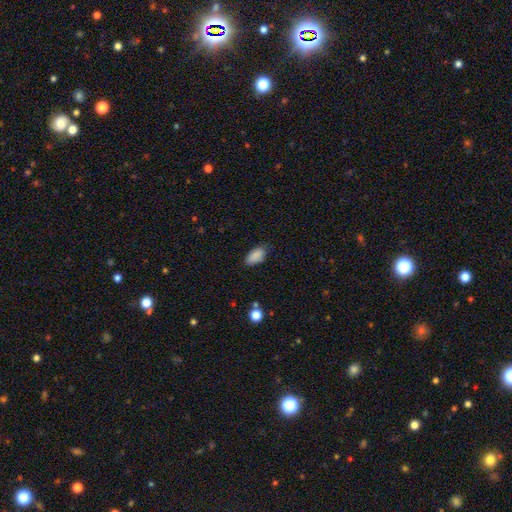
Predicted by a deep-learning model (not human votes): Q: Smooth or featured?
A: smooth (88%); runner-up: star or artifact (8%)
Q: How rounded?
A: in between (92%); runner-up: cigar-shaped (4%)
Q: Merging?
A: none (77%); runner-up: minor disturbance (18%)